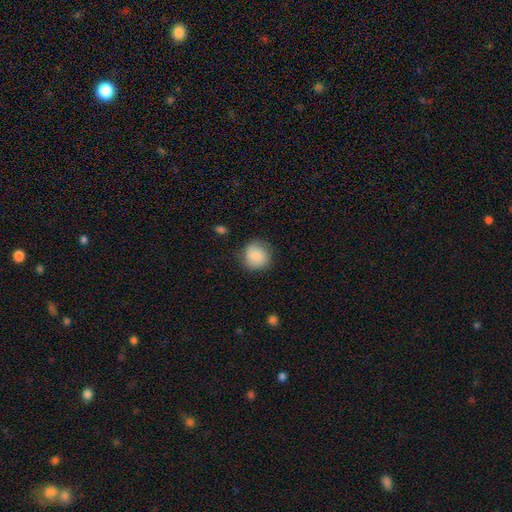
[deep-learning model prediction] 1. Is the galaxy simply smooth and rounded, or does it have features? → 85% smooth, 8% featured or disk, 7% star or artifact.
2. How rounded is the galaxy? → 89% round, 10% in between, 1% cigar-shaped.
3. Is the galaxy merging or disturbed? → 79% none, 15% minor disturbance, 4% major disturbance, 1% merger.